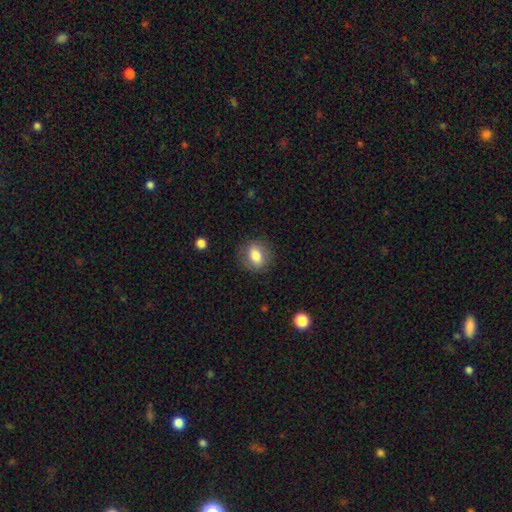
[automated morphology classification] smooth-or-featured: smooth: 76% | featured or disk: 16% | star or artifact: 8%
  how-rounded: round: 50% | in between: 49% | cigar-shaped: 2%
  merging: none: 82% | minor disturbance: 12% | major disturbance: 4% | merger: 1%